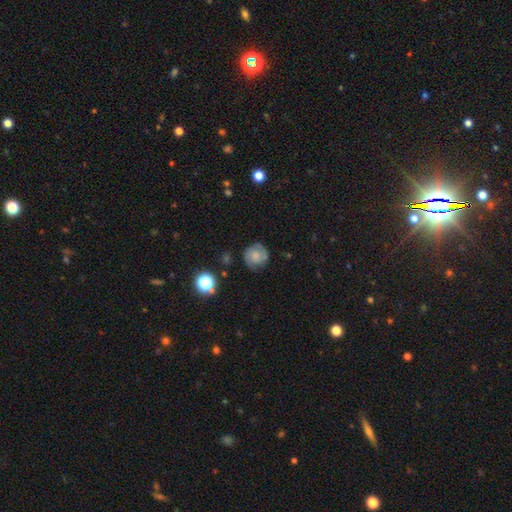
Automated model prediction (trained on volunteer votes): Smooth or featured?
  - smooth: 45% * (tied)
  - featured or disk: 45% * (tied)
  - star or artifact: 10%
Merging?
  - none: 73% *
  - minor disturbance: 19%
  - major disturbance: 6%
  - merger: 2%